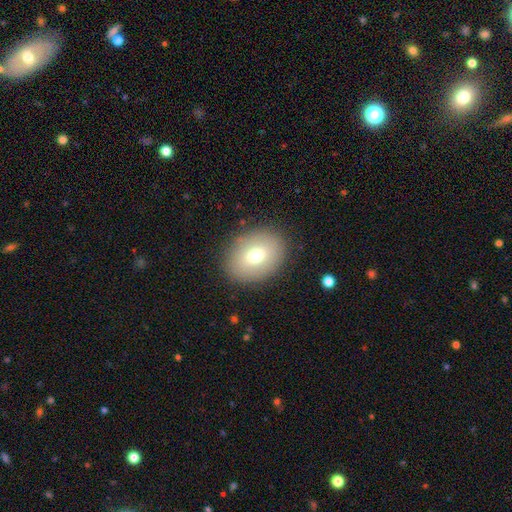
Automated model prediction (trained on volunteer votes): smooth 71%, featured or disk 19%, star or artifact 10%. Down the decision tree: how rounded — in between (60%); merging — none (87%).